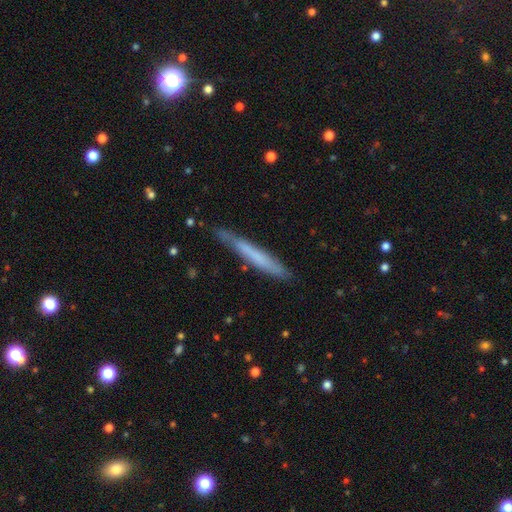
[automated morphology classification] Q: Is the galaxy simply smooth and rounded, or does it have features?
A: smooth — 59%.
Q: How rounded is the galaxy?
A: cigar-shaped — 96%.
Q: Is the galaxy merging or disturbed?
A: none — 75%.